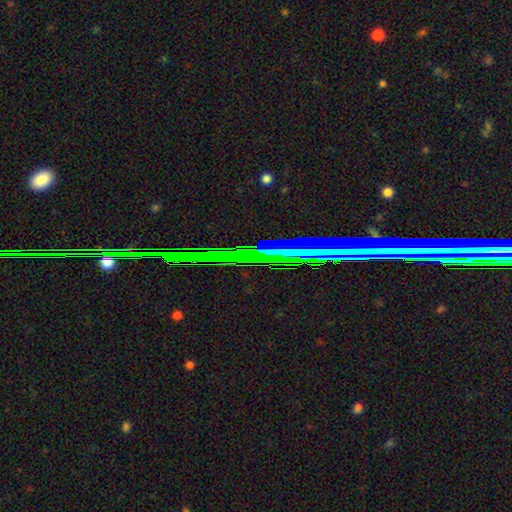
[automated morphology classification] type=star or artifact (80%).